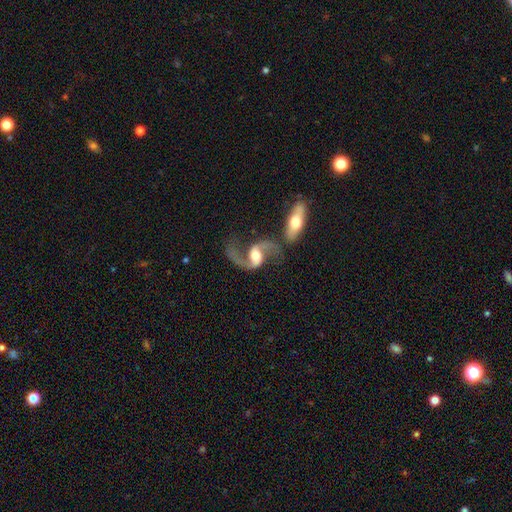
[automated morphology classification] smooth-or-featured: featured or disk: 88% | smooth: 7% | star or artifact: 5%
  disk-edge-on: no: 95% | yes: 5%
    bar: weak: 43% | no: 29% | strong: 28%
    has-spiral-arms: yes: 96% | no: 4%
      spiral-winding: loose: 75% | medium: 21% | tight: 4%
      spiral-arm-count: 2: 90% | 1: 5% | can't tell: 2% | 3: 1% | 4: 1% | more than 4: 1%
    bulge-size: moderate: 59% | large: 23% | small: 13% | none: 2% | dominant: 2%
  merging: none: 50% | merger: 23% | major disturbance: 14% | minor disturbance: 13%